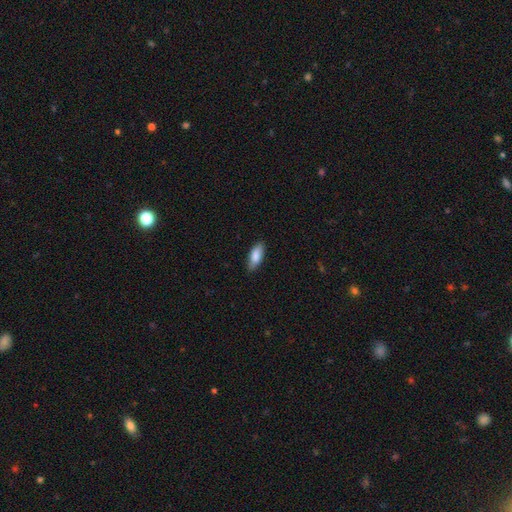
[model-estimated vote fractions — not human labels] smooth-or-featured: smooth: 85% | featured or disk: 9% | star or artifact: 6%
  how-rounded: in between: 78% | cigar-shaped: 21% | round: 2%
  merging: none: 85% | minor disturbance: 12% | major disturbance: 2% | merger: 1%